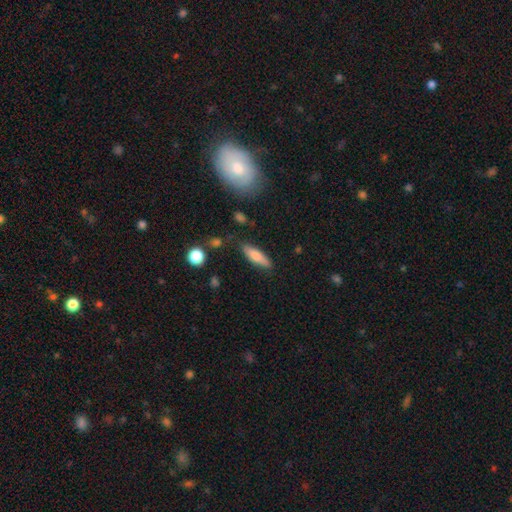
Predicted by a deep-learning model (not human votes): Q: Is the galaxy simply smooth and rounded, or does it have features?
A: smooth — 75%.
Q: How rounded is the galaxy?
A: cigar-shaped — 54%.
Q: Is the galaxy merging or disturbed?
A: none — 80%.